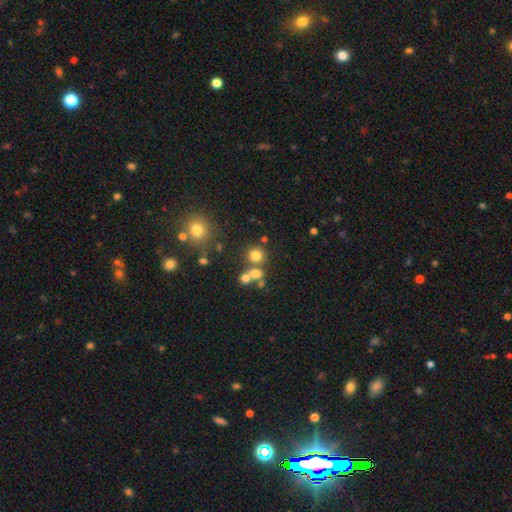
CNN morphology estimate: A smooth galaxy with no disk features (74%) that is round (88%).

Vote fractions:
- Smooth or featured? smooth: 74% / star or artifact: 17% / featured or disk: 9%
- How rounded? round: 88% / in between: 11% / cigar-shaped: 1%
- Merging? none: 64% / merger: 23% / minor disturbance: 8% / major disturbance: 4%